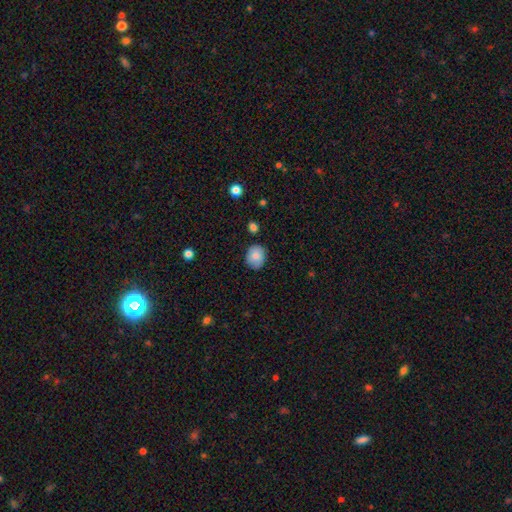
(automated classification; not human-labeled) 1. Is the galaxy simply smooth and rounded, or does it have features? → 83% smooth, 9% featured or disk, 8% star or artifact.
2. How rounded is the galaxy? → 60% round, 40% in between, 1% cigar-shaped.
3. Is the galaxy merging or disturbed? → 80% none, 16% minor disturbance, 3% major disturbance, 2% merger.